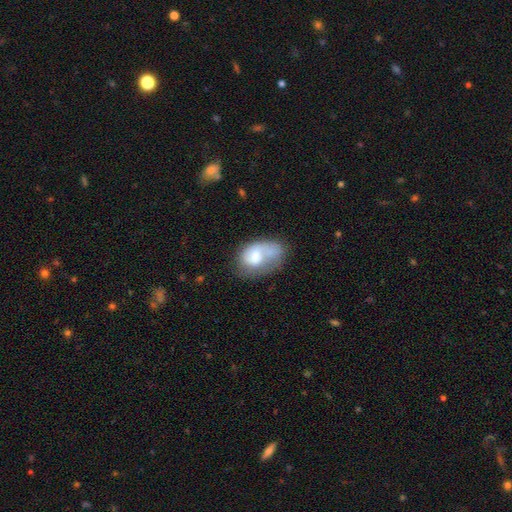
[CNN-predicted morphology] type=smooth (63%); roundness=in between (81%); merging=major disturbance (28%, tied with none).